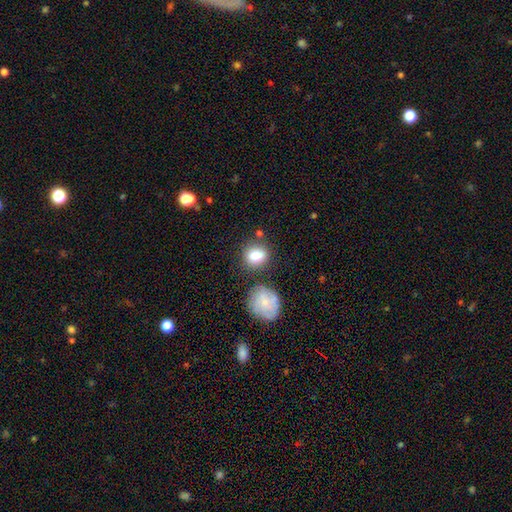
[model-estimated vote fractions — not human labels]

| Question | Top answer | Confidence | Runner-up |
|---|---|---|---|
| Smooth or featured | smooth | 83% | featured or disk (9%) |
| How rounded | round | 60% | in between (39%) |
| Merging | none | 66% | minor disturbance (17%) |